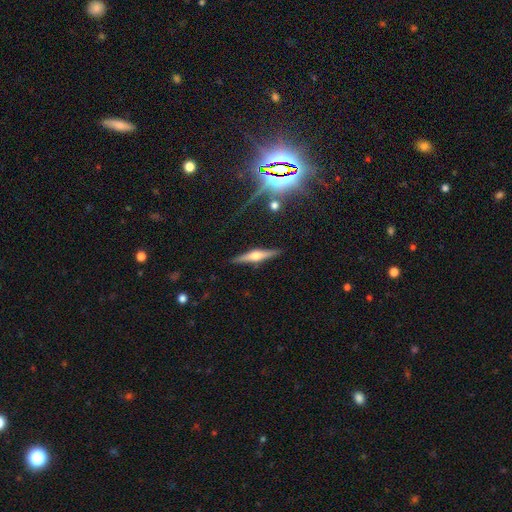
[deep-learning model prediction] Smooth or featured? featured or disk (67%)
Edge-on disk? yes (97%)
Edge-on bulge? rounded (90%)
Merging? none (88%)